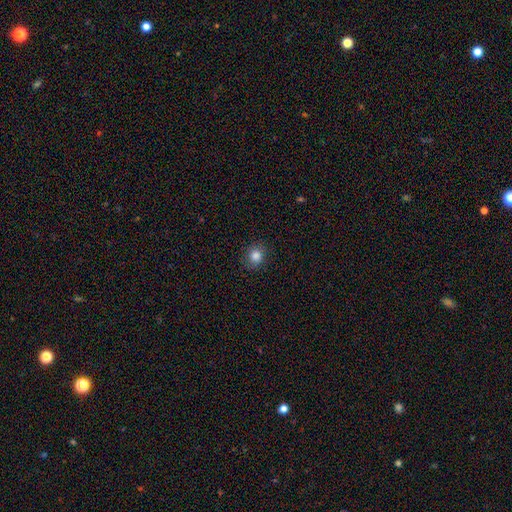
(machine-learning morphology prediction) Q: Smooth or featured?
A: smooth (84%); runner-up: star or artifact (11%)
Q: How rounded?
A: round (82%); runner-up: in between (17%)
Q: Merging?
A: none (86%); runner-up: minor disturbance (10%)